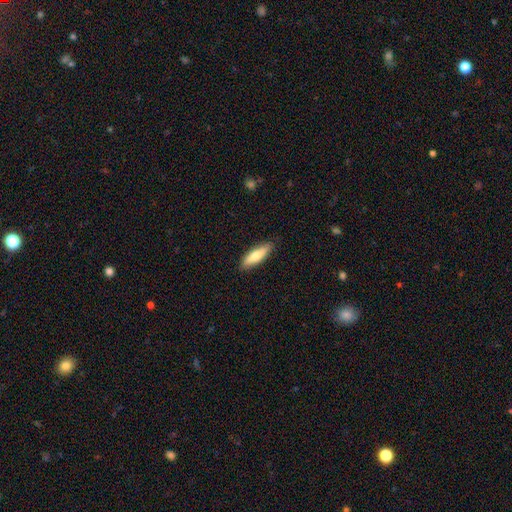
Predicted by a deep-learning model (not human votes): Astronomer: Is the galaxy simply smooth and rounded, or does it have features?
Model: smooth — 70%.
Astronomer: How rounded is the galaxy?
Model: cigar-shaped — 54% (runner-up: in between, 44%).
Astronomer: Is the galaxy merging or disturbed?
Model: none — 87%.